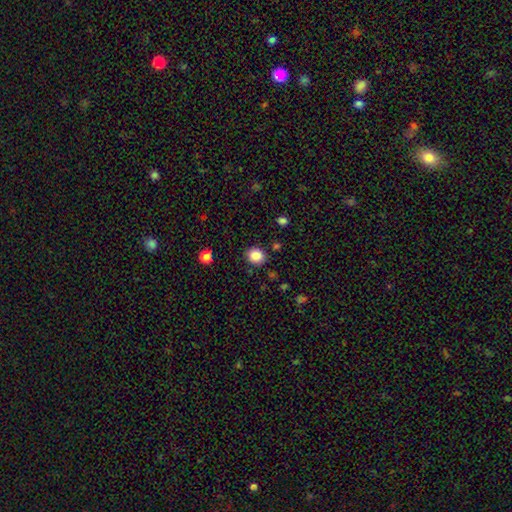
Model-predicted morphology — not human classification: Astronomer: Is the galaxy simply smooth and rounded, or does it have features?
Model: smooth — 86%.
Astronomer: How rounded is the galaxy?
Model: round — 71%.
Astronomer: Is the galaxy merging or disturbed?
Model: none — 86%.